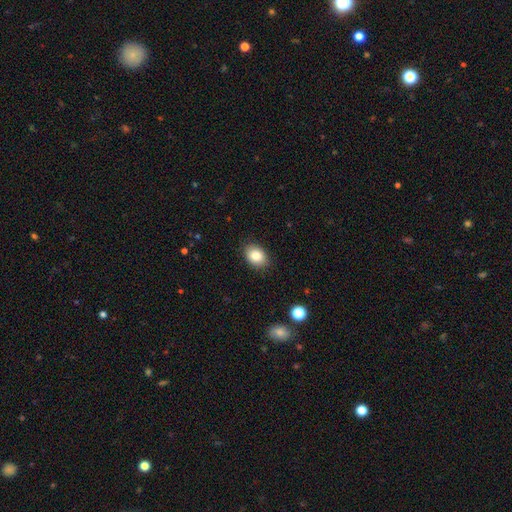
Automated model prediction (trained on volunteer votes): A smooth galaxy with no disk features (85%) that is in between round and cigar-shaped (74%).

Vote fractions:
- Smooth or featured? smooth: 85% / star or artifact: 8% / featured or disk: 7%
- How rounded? in between: 74% / round: 25% / cigar-shaped: 1%
- Merging? none: 86% / minor disturbance: 10% / major disturbance: 2% / merger: 1%